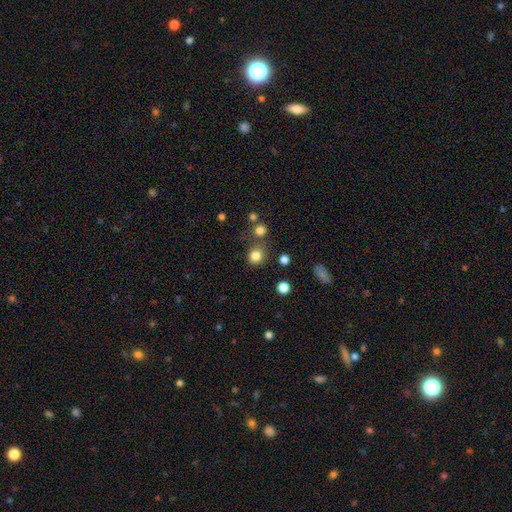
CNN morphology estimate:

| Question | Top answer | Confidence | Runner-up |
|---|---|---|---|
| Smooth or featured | smooth | 80% | star or artifact (14%) |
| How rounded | round | 86% | in between (13%) |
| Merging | none | 72% | merger (12%) |